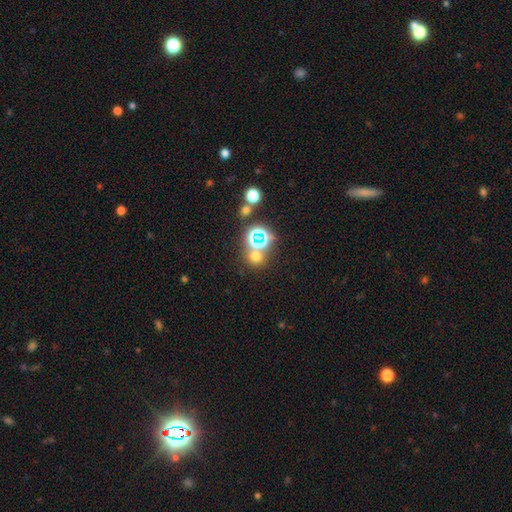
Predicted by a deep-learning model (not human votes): A smooth galaxy with no disk features (54%) that is round (86%). Merging: none (69%).